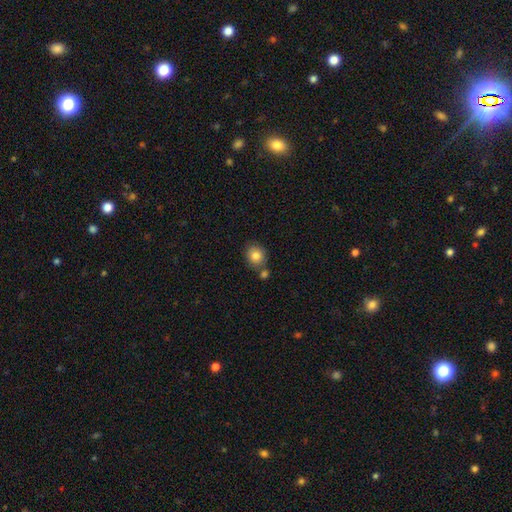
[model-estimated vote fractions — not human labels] Morphology: type=smooth (83%); roundness=round (75%); merging=none (66%).